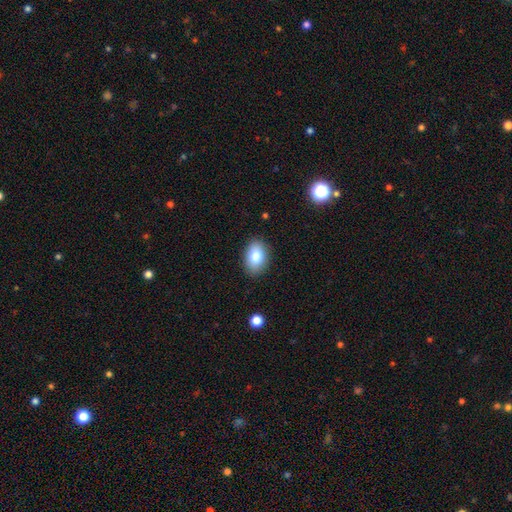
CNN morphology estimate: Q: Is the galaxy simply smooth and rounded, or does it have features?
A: smooth — 83%.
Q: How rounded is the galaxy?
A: in between — 87%.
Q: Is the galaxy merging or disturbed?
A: none — 87%.